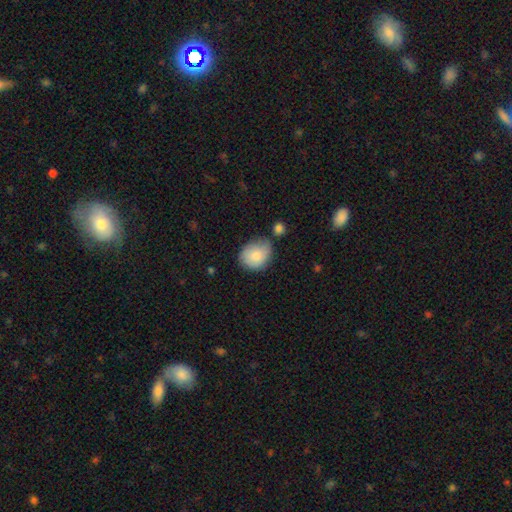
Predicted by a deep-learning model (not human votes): Smooth or featured: smooth — 82% (featured or disk — 11%)
How rounded: round — 56% (in between — 43%)
Merging: none — 56% (minor disturbance — 28%)